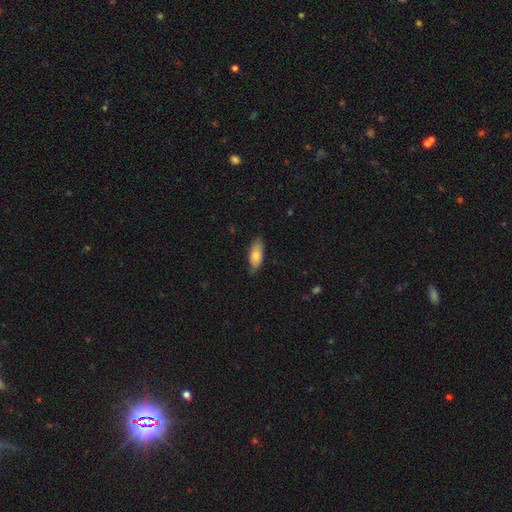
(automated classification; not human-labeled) smooth_or_featured: smooth (p=0.75) [alt: featured or disk p=0.19]
how_rounded: in between (p=0.82) [alt: cigar-shaped p=0.16]
merging: none (p=0.73) [alt: minor disturbance p=0.23]